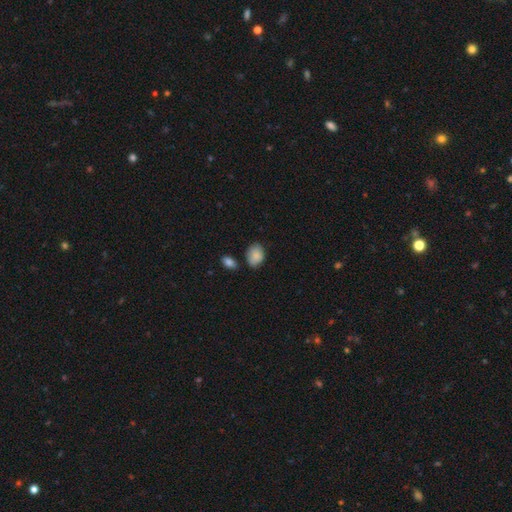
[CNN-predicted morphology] Smooth or featured? Predicted: smooth (p=0.84). How rounded? Predicted: in between (p=0.76). Merging? Predicted: none (p=0.63).